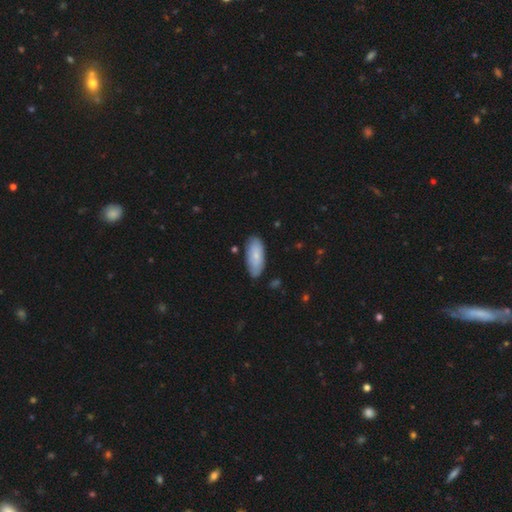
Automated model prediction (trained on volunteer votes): A smooth galaxy with no disk features (75%) that is in between round and cigar-shaped (84%). Merging: none (81%).